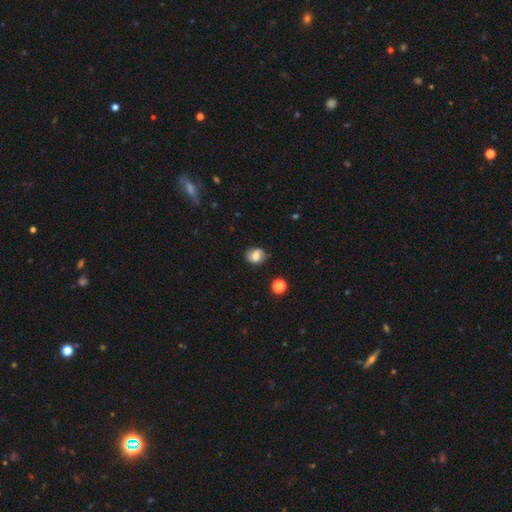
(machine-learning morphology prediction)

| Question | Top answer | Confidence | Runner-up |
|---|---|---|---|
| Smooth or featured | smooth | 60% | featured or disk (29%) |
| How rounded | round | 56% | in between (42%) |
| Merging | none | 73% | minor disturbance (19%) |